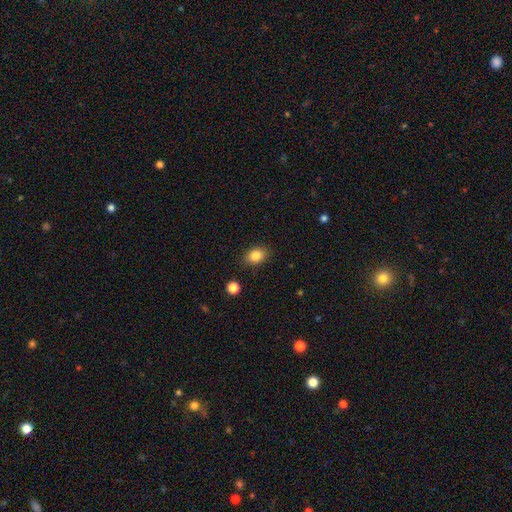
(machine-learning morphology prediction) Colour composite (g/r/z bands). It shows a smooth galaxy with no disk features (84%) that is in between round and cigar-shaped (76%). Merging: none (85%).